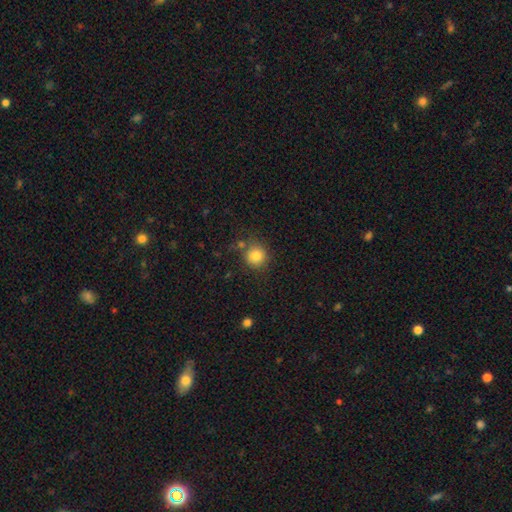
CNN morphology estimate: Q: Smooth or featured?
A: smooth (84%); runner-up: star or artifact (11%)
Q: How rounded?
A: round (90%); runner-up: in between (9%)
Q: Merging?
A: none (75%); runner-up: minor disturbance (12%)